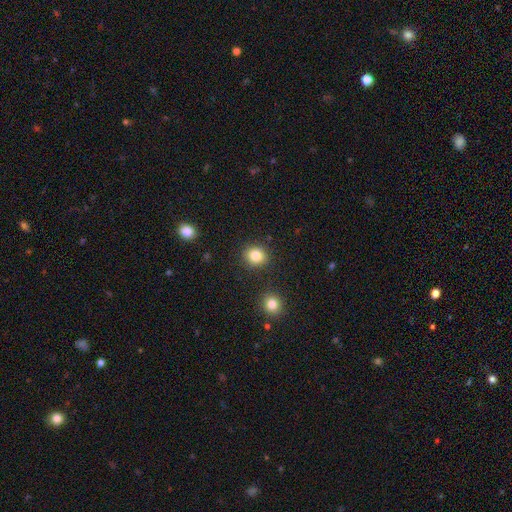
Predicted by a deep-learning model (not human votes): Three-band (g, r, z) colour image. It shows a smooth galaxy with no disk features (84%) that is round (79%). Merging: none (88%).